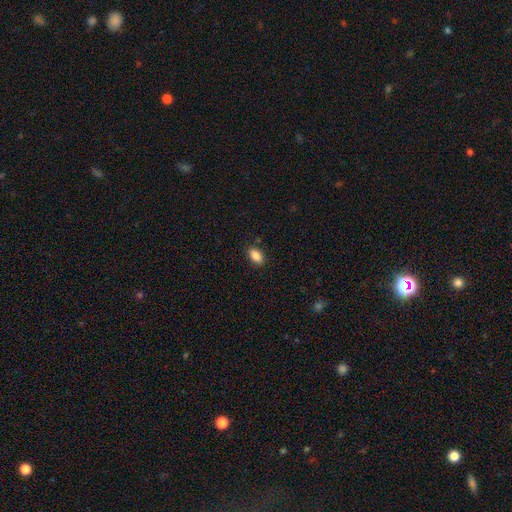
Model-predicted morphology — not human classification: A smooth galaxy with no disk features (87%) that is in between round and cigar-shaped (90%). Merging: none (88%).